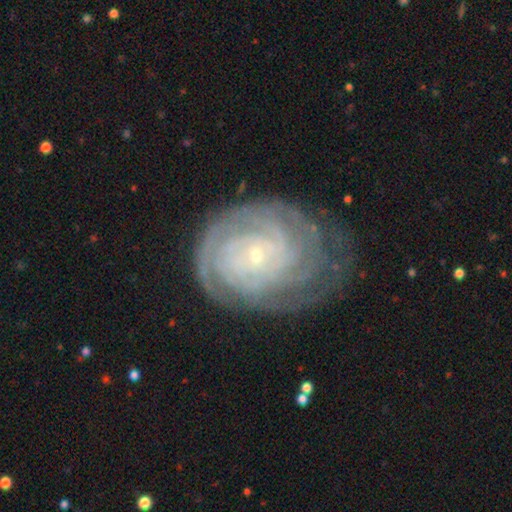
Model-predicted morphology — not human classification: This appears to be a featured or disk galaxy (85%) with no bar (77%), tight (85%) spiral arms (96%) and a small central bulge (87%). Merging: none (72%).